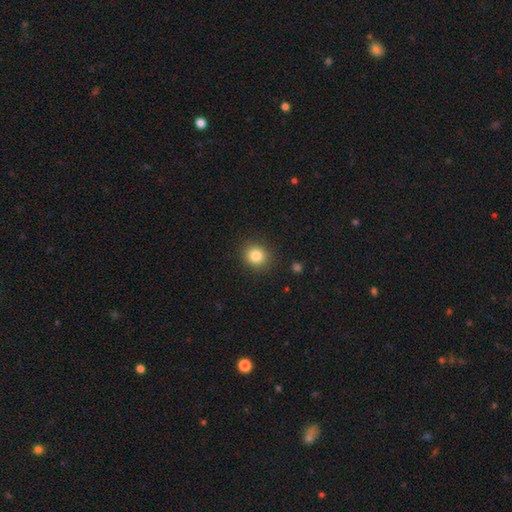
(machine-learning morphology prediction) This is clearly a smooth galaxy (84%). How rounded: clearly round (81%). Merging: clearly none (89%).